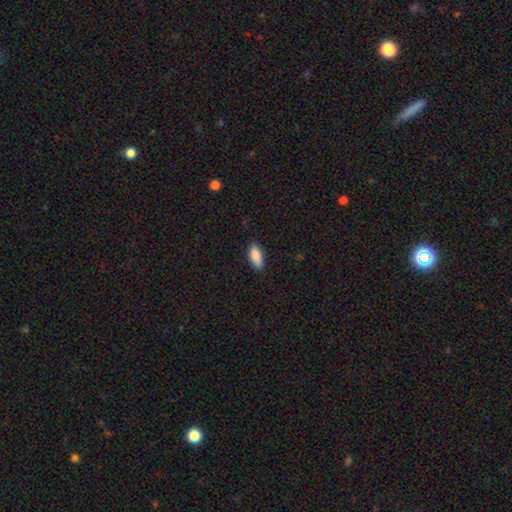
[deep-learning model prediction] smooth_or_featured: smooth (p=0.89) [alt: star or artifact p=0.06]
how_rounded: in between (p=0.81) [alt: cigar-shaped p=0.17]
merging: none (p=0.86) [alt: minor disturbance p=0.11]